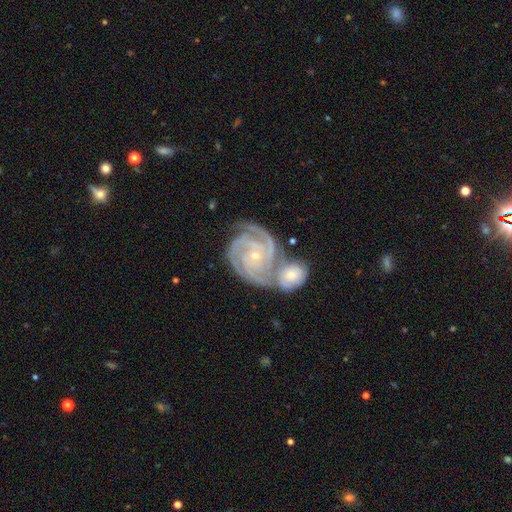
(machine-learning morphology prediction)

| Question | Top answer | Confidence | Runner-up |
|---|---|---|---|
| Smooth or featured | featured or disk | 92% | star or artifact (4%) |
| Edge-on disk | no | 98% | yes (2%) |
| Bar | no | 69% | weak (21%) |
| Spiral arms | yes | 99% | no (1%) |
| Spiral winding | tight | 78% | medium (20%) |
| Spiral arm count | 3 | 44% | 4 (19%) |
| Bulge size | small | 78% | moderate (19%) |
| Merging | merger | 45% | none (37%) |